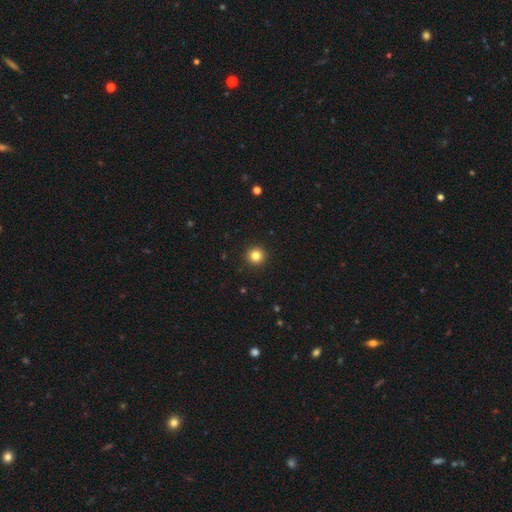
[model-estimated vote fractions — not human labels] A smooth galaxy with no disk features (82%) that is round (96%). Merging: none (94%).